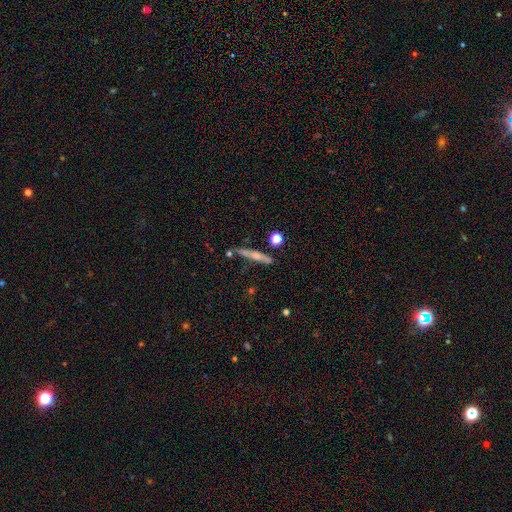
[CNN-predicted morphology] smooth_or_featured: featured or disk (p=0.54) [alt: smooth p=0.38]
disk_edge_on: yes (p=0.95) [alt: no p=0.05]
edge_on_bulge: rounded (p=0.68) [alt: none p=0.24]
merging: none (p=0.79) [alt: minor disturbance p=0.13]